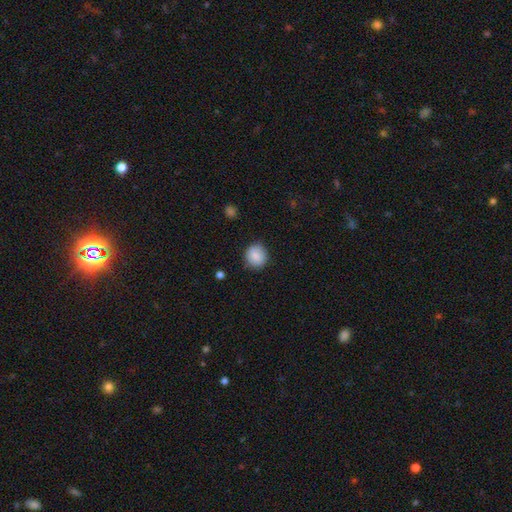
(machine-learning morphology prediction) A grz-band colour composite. It shows a smooth galaxy with no disk features (85%) that is round (80%). Merging: none (81%).